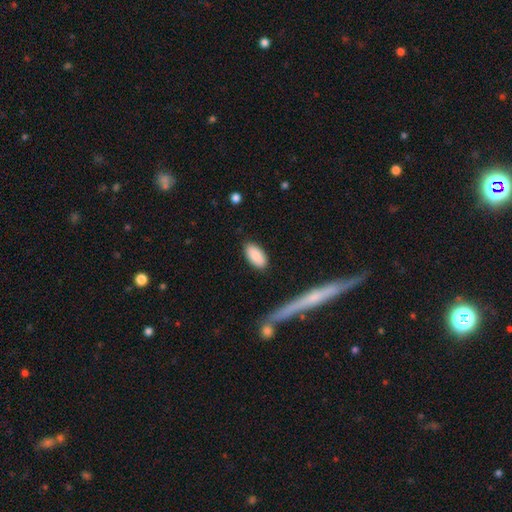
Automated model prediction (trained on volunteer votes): smooth 87%, featured or disk 7%, star or artifact 6%. Down the decision tree: how rounded — in between (93%); merging — none (85%).